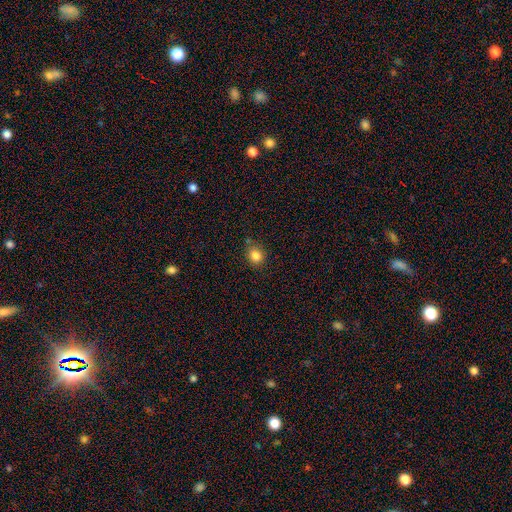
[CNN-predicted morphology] Smooth or featured? smooth (84%)
How rounded? round (73%)
Merging? none (81%)